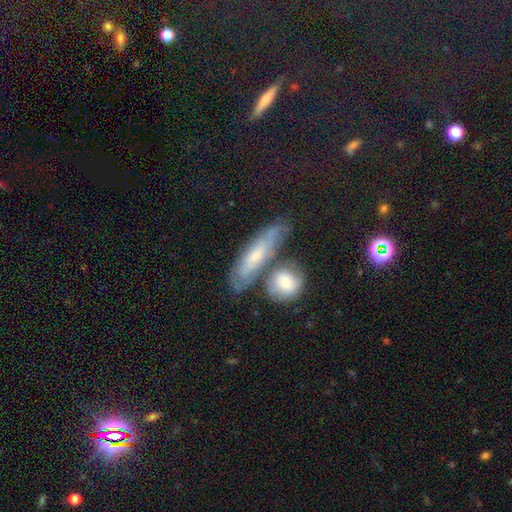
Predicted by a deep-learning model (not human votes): A smooth galaxy with no disk features (49%).

Vote fractions:
- Smooth or featured? smooth: 49% / featured or disk: 42% / star or artifact: 9%
- Merging? none: 57% / merger: 20% / minor disturbance: 17% / major disturbance: 6%